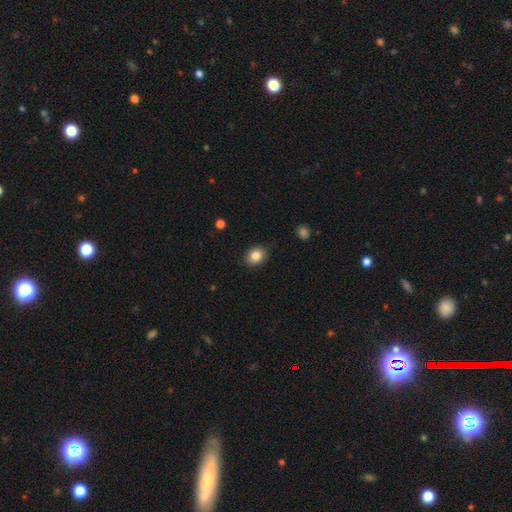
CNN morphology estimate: smooth_or_featured: smooth (p=0.84) [alt: star or artifact p=0.09]
how_rounded: round (p=0.54) [alt: in between p=0.45]
merging: none (p=0.87) [alt: minor disturbance p=0.09]